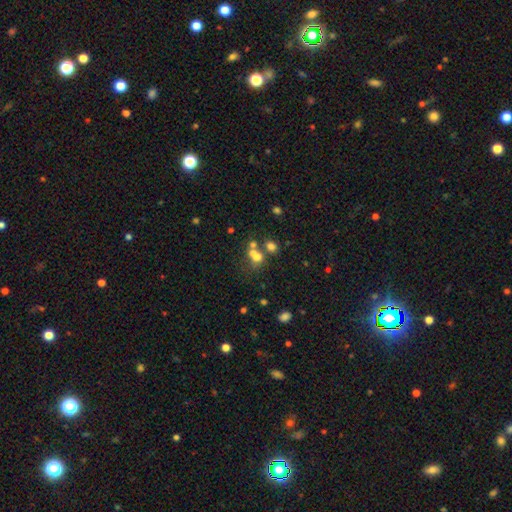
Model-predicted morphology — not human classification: smooth-or-featured: smooth: 60% | featured or disk: 20% | star or artifact: 20%
  how-rounded: round: 73% | in between: 26% | cigar-shaped: 1%
  merging: merger: 50% | none: 37% | minor disturbance: 8% | major disturbance: 6%